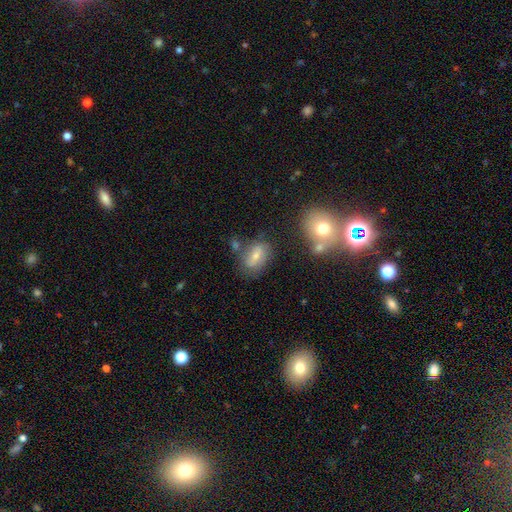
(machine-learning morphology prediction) Q: Smooth or featured?
A: smooth (50%); runner-up: featured or disk (40%)
Q: How rounded?
A: in between (81%); runner-up: round (15%)
Q: Merging?
A: none (60%); runner-up: minor disturbance (20%)